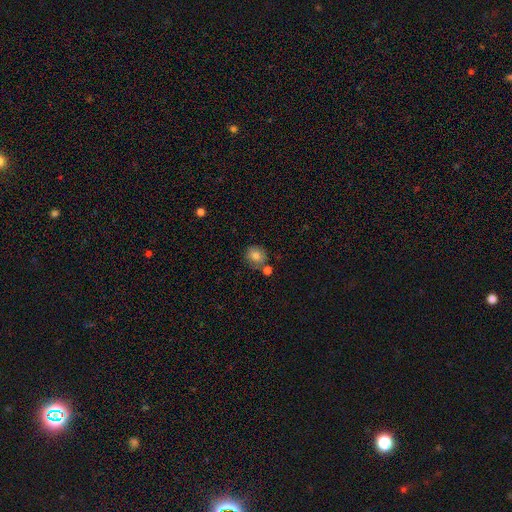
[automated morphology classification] This is clearly a smooth galaxy (81%). How rounded: likely round (74%). Merging: likely none (69%).